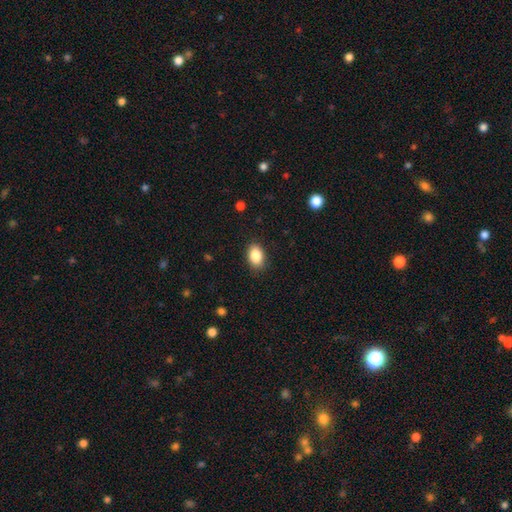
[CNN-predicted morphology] smooth 87%, star or artifact 8%, featured or disk 5%. Down the decision tree: how rounded — in between (85%); merging — none (87%).